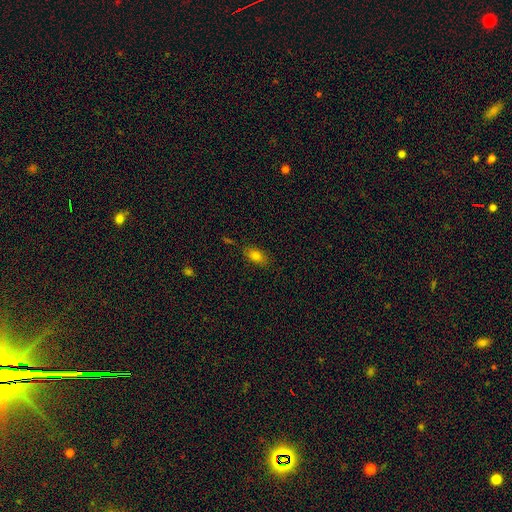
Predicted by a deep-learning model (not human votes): Smooth or featured: smooth — 79% (star or artifact — 11%)
How rounded: in between — 87% (round — 8%)
Merging: none — 81% (minor disturbance — 14%)